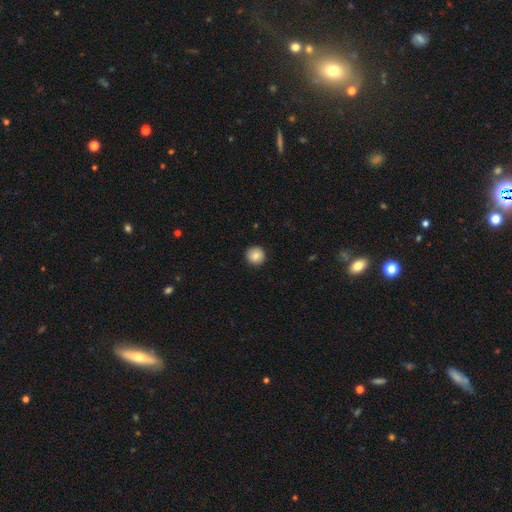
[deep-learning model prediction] This is clearly a smooth galaxy (85%). How rounded: clearly round (95%). Merging: clearly none (91%).